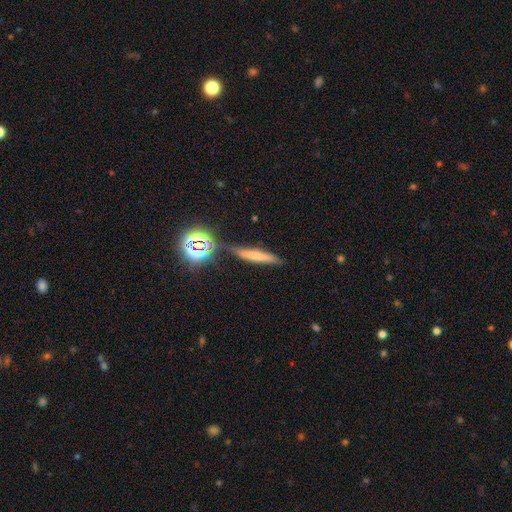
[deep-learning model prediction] Smooth or featured? Predicted: smooth (p=0.60). How rounded? Predicted: cigar-shaped (p=0.87). Merging? Predicted: none (p=0.73).